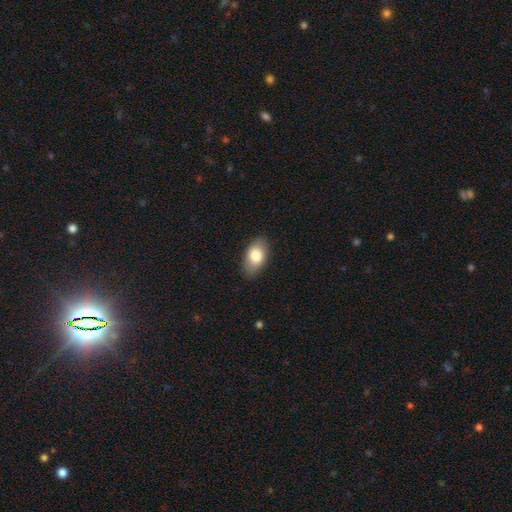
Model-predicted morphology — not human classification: A smooth galaxy with no disk features (80%) that is in between round and cigar-shaped (92%).

Vote fractions:
- Smooth or featured? smooth: 80% / featured or disk: 13% / star or artifact: 7%
- How rounded? in between: 92% / round: 5% / cigar-shaped: 3%
- Merging? none: 84% / minor disturbance: 12% / major disturbance: 3% / merger: 1%